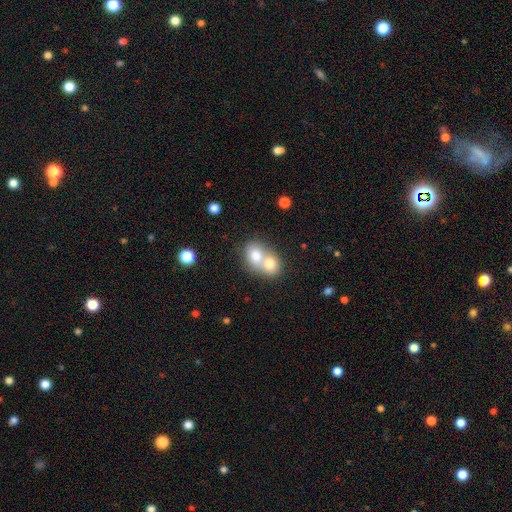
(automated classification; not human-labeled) This is likely a smooth galaxy (74%). How rounded: possibly round (56%). Merging: likely merger (74%).